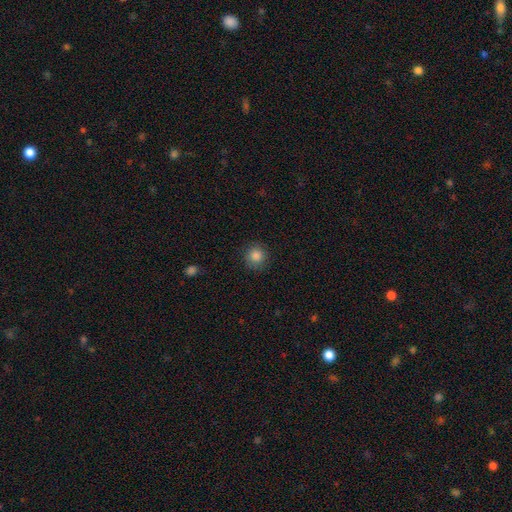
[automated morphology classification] Smooth or featured?
  - smooth: 86% *
  - star or artifact: 10%
  - featured or disk: 4%
How rounded?
  - round: 92% *
  - in between: 7%
  - cigar-shaped: 1%
Merging?
  - none: 87% *
  - minor disturbance: 9%
  - major disturbance: 3%
  - merger: 1%